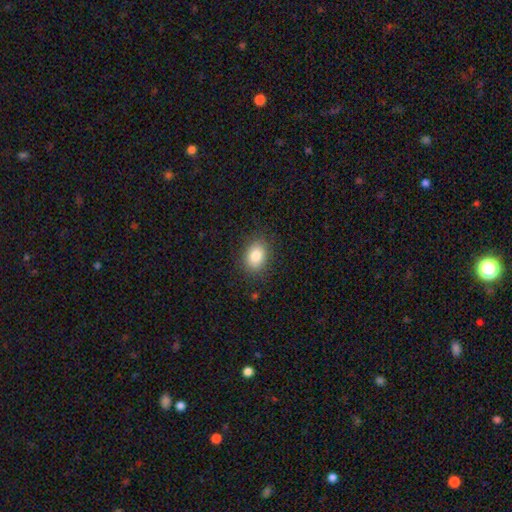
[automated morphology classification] Q: Smooth or featured?
A: smooth (84%); runner-up: star or artifact (9%)
Q: How rounded?
A: in between (70%); runner-up: round (29%)
Q: Merging?
A: none (86%); runner-up: minor disturbance (10%)